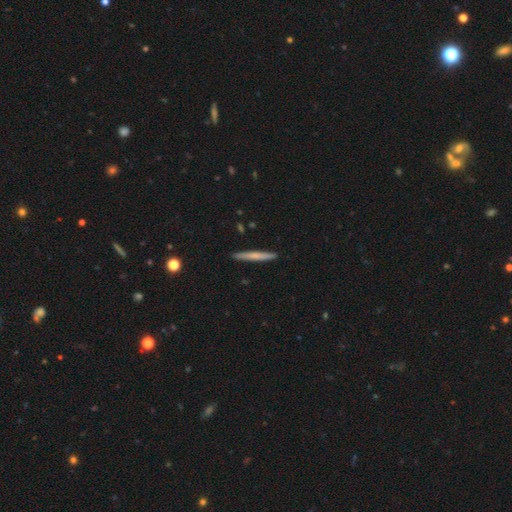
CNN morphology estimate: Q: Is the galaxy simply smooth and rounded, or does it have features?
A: smooth — 59%.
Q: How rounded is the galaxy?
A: cigar-shaped — 97%.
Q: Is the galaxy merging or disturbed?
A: none — 91%.